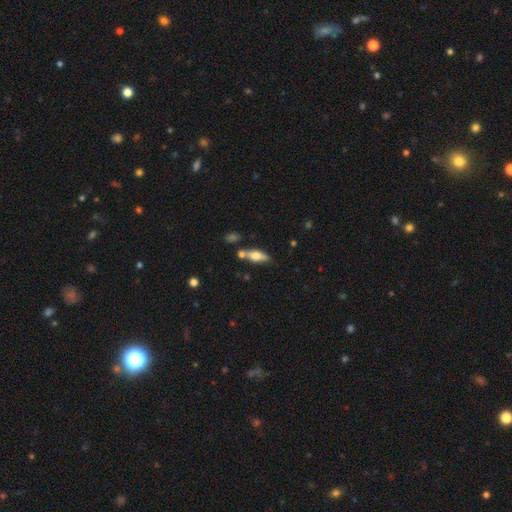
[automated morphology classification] The model was most divided on "smooth or featured": smooth: 52%, featured or disk: 41%, star or artifact: 7%. More confident: merging — none (62%); how rounded — in between (59%).